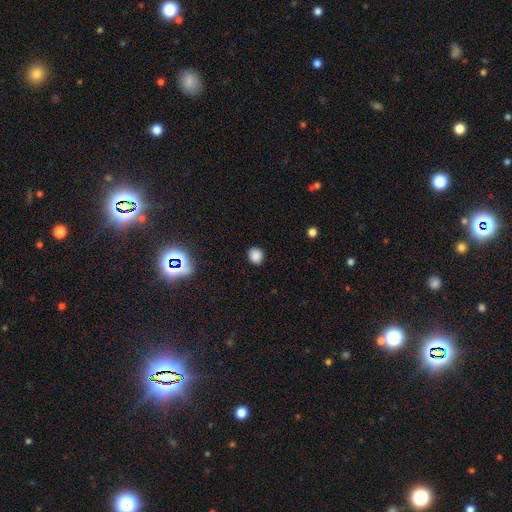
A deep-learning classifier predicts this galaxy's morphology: A smooth galaxy with no disk features (83%) that is round (81%). Merging: none (89%).